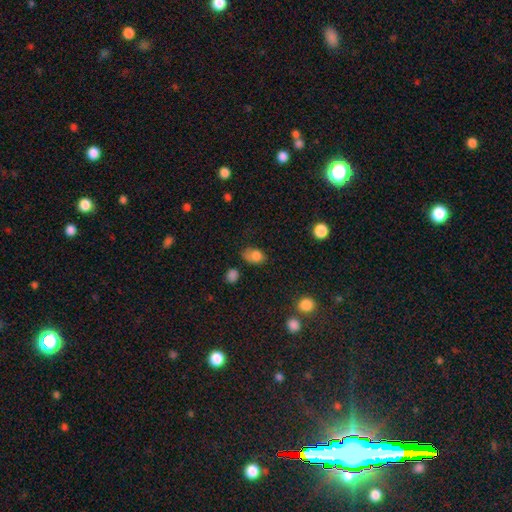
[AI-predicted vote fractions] Smooth or featured: smooth — 80% (star or artifact — 10%)
How rounded: in between — 76% (round — 23%)
Merging: none — 46% (minor disturbance — 35%)